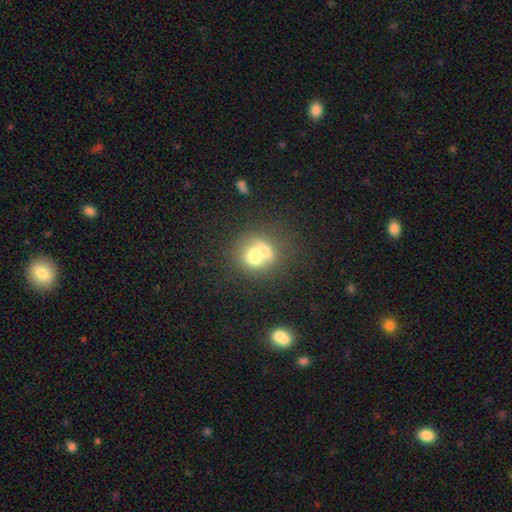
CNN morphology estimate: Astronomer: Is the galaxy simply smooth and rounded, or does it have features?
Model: smooth — 64%.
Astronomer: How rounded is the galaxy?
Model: round — 74%.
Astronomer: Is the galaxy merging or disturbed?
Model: merger — 56%.